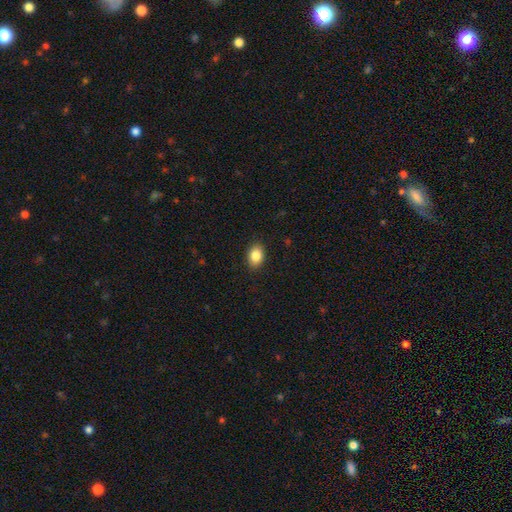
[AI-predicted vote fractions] smooth_or_featured: smooth (p=0.86) [alt: star or artifact p=0.09]
how_rounded: in between (p=0.75) [alt: round p=0.24]
merging: none (p=0.89) [alt: minor disturbance p=0.08]